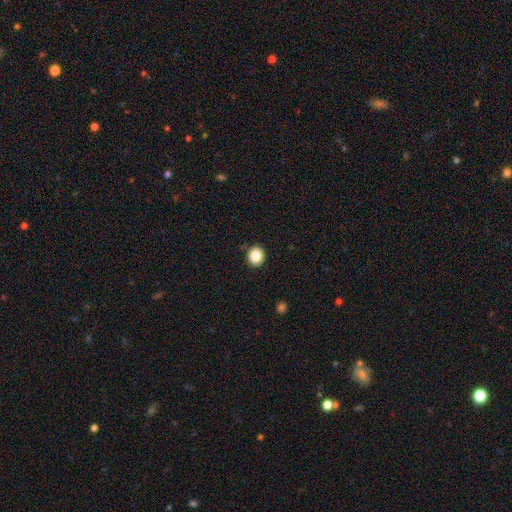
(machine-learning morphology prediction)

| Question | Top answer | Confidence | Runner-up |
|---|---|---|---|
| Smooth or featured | smooth | 86% | star or artifact (10%) |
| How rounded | round | 80% | in between (19%) |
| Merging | none | 89% | minor disturbance (7%) |